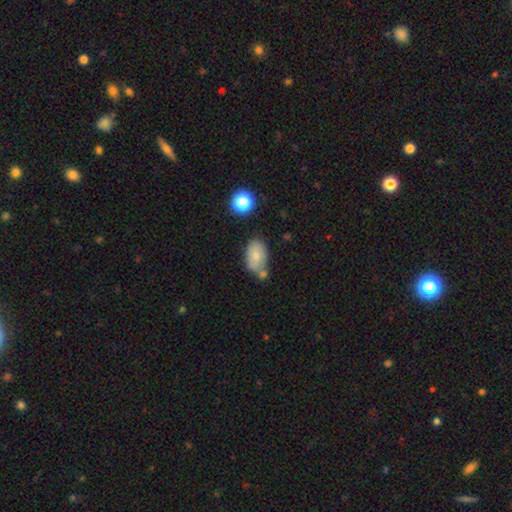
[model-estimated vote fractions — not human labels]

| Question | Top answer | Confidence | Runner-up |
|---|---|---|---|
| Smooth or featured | smooth | 73% | featured or disk (18%) |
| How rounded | in between | 88% | round (10%) |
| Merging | none | 47% | merger (25%) |